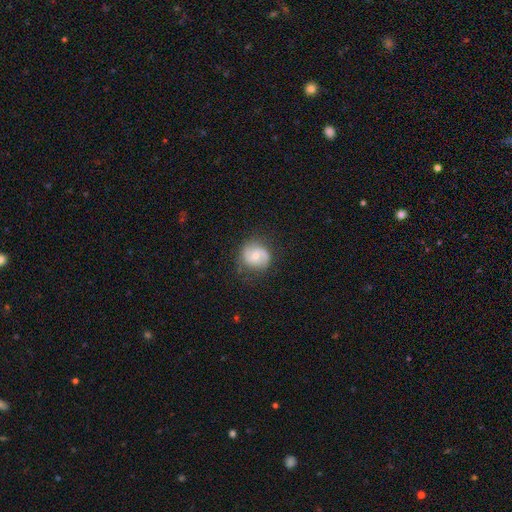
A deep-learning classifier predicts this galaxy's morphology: smooth-or-featured: featured or disk: 72% | smooth: 22% | star or artifact: 6%
  disk-edge-on: no: 98% | yes: 2%
    bar: no: 53% | weak: 40% | strong: 8%
    has-spiral-arms: yes: 92% | no: 8%
      spiral-winding: medium: 48% | tight: 27% | loose: 25%
      spiral-arm-count: 2: 88% | can't tell: 6% | 1: 3% | 3: 1% | 4: 1% | more than 4: 1%
    bulge-size: moderate: 51% | small: 44% | none: 2% | large: 2% | dominant: 1%
  merging: none: 77% | minor disturbance: 16% | major disturbance: 5% | merger: 1%